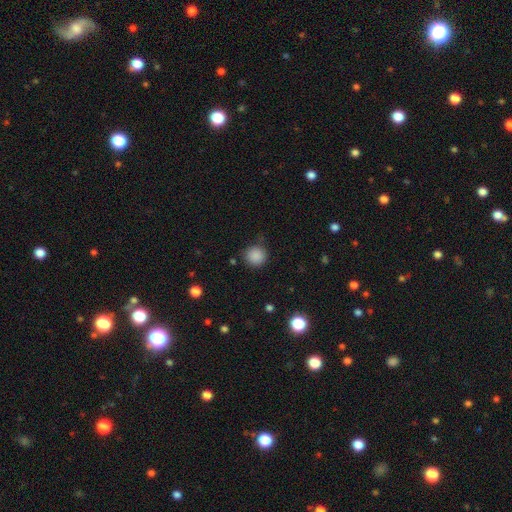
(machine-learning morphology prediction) smooth_or_featured: smooth (p=0.87) [alt: star or artifact p=0.10]
how_rounded: round (p=0.93) [alt: in between p=0.06]
merging: none (p=0.84) [alt: minor disturbance p=0.11]